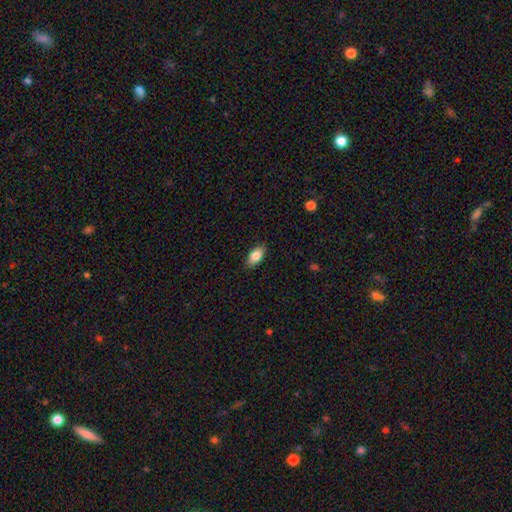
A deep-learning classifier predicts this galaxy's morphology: Smooth or featured? smooth (83%)
How rounded? in between (90%)
Merging? none (88%)